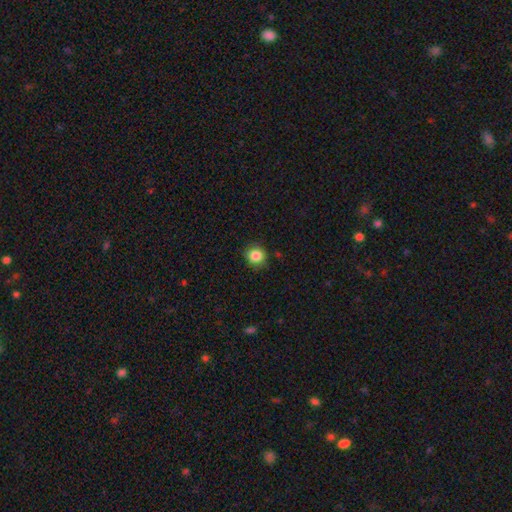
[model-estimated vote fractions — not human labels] A smooth galaxy with no disk features (85%) that is round (89%). Merging: none (87%).